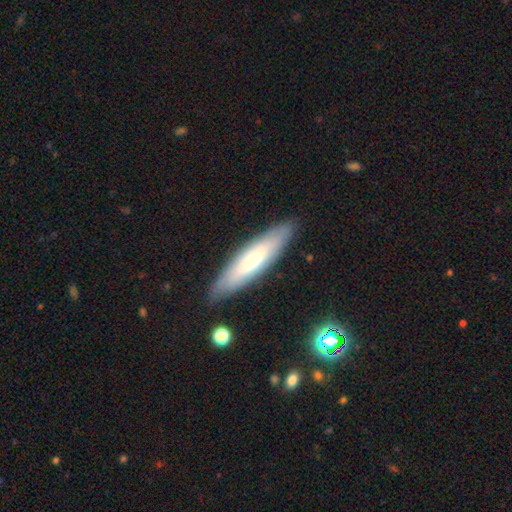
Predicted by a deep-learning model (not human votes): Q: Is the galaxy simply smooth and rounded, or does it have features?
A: smooth — 57%.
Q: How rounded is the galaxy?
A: cigar-shaped — 69%.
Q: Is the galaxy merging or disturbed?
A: none — 86%.